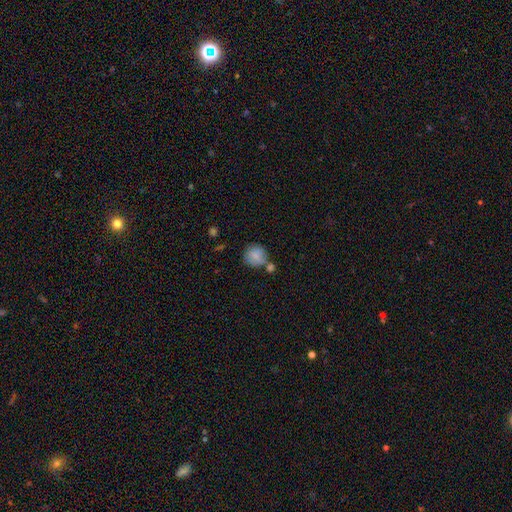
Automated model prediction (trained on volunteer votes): Smooth or featured? Predicted: smooth (p=0.80). How rounded? Predicted: round (p=0.83). Merging? Predicted: none (p=0.56).